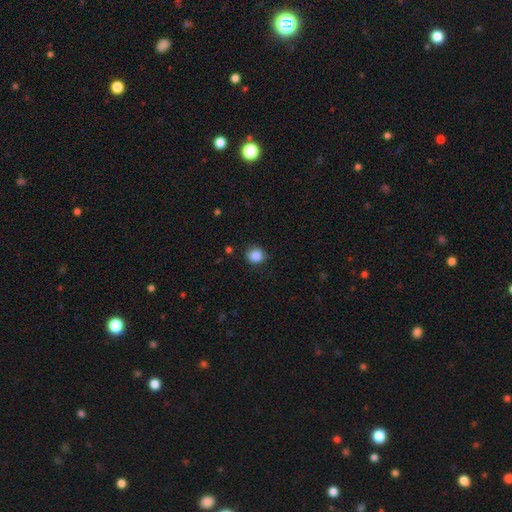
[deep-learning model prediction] smooth 86%, star or artifact 10%, featured or disk 4%. Down the decision tree: how rounded — round (84%); merging — none (81%).